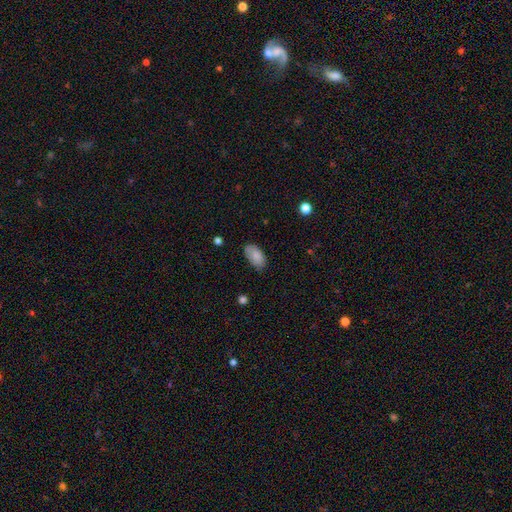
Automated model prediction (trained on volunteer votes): This is clearly a smooth galaxy (85%). How rounded: clearly in between (95%). Merging: likely none (77%).